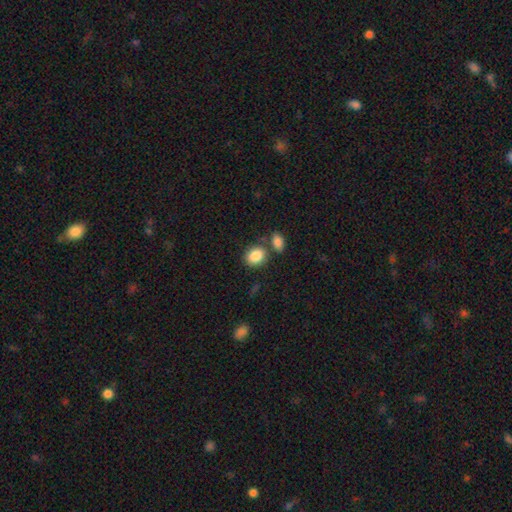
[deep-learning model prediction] Smooth or featured? smooth (87%)
How rounded? in between (56%)
Merging? none (67%)